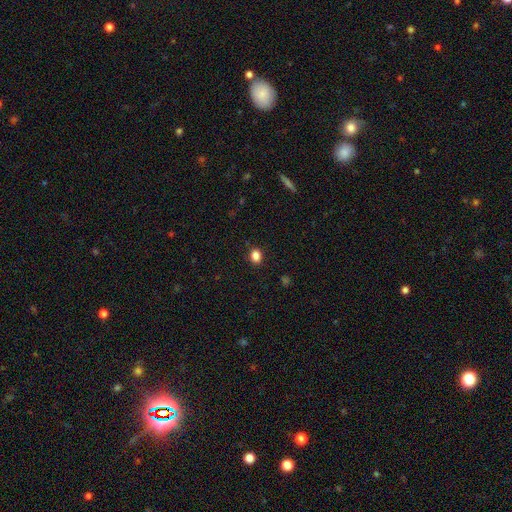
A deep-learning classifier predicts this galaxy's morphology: A smooth galaxy with no disk features (85%) that is round (51%).

Vote fractions:
- Smooth or featured? smooth: 85% / star or artifact: 11% / featured or disk: 4%
- How rounded? round: 51% / in between: 47% / cigar-shaped: 1%
- Merging? none: 89% / minor disturbance: 8% / major disturbance: 2% / merger: 1%